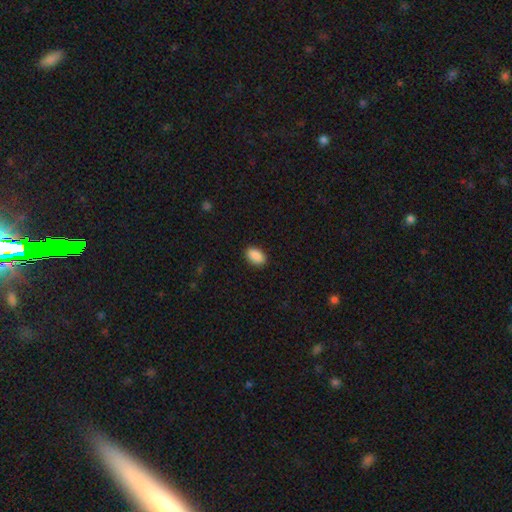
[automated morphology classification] This appears to be a smooth galaxy with no disk features (90%) that is in between round and cigar-shaped (91%). Merging: none (90%).